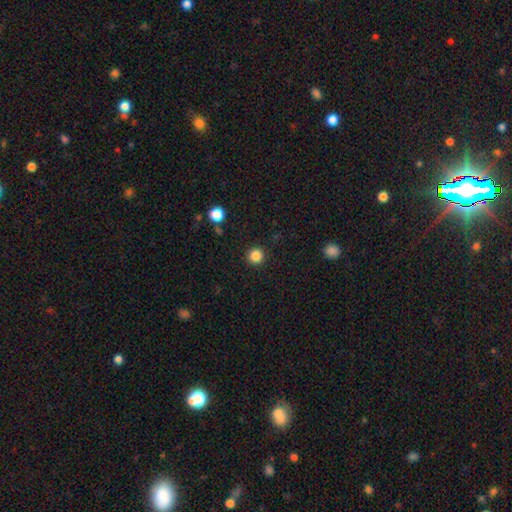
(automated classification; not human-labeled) Overall: smooth (85%). How rounded: round (93%). Merging: none (92%).